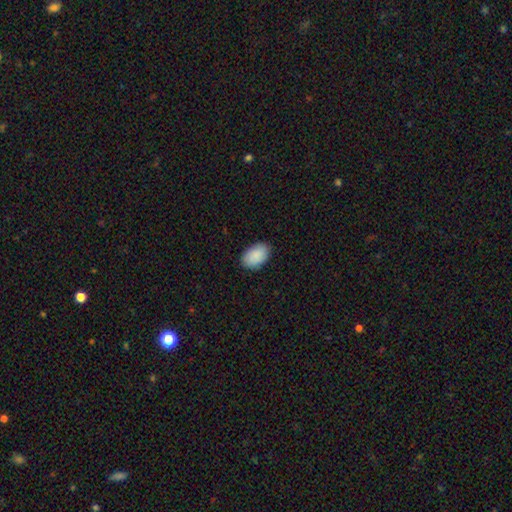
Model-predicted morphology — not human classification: smooth-or-featured: smooth: 90% | star or artifact: 6% | featured or disk: 4%
  how-rounded: in between: 91% | round: 8% | cigar-shaped: 1%
  merging: none: 87% | minor disturbance: 10% | major disturbance: 2% | merger: 1%